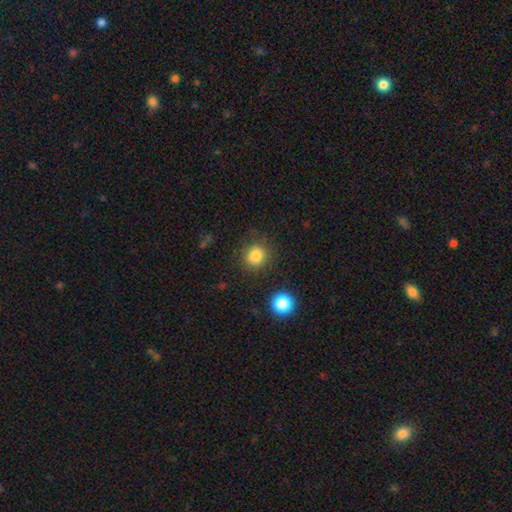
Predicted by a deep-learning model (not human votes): Smooth or featured: smooth — 83% (star or artifact — 12%)
How rounded: round — 86% (in between — 13%)
Merging: none — 85% (minor disturbance — 9%)